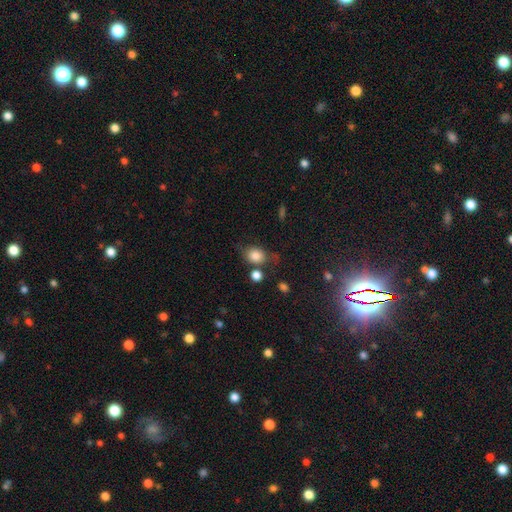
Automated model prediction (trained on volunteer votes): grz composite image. It shows a smooth galaxy with no disk features (81%) that is round (52%). Merging: none (63%).